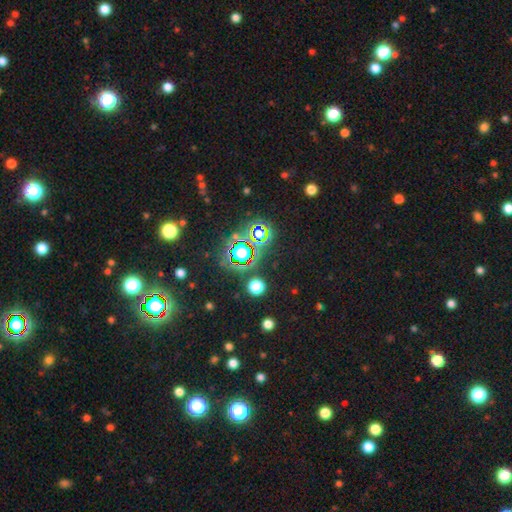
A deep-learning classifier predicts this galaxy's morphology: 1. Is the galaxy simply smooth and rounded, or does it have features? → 76% star or artifact, 16% smooth, 8% featured or disk.